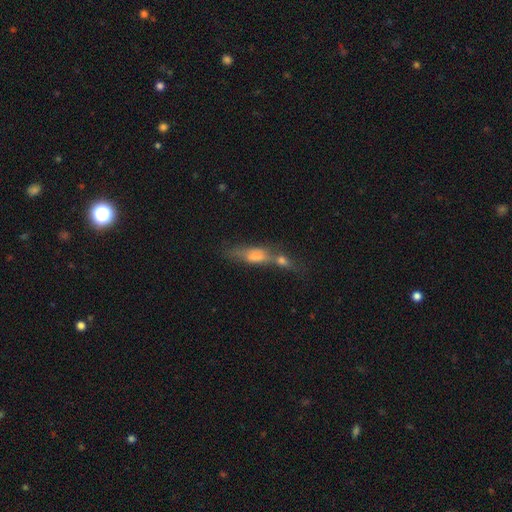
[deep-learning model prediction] The model was most divided on "how rounded": cigar-shaped: 48%, in between: 46%, round: 6%. More confident: merging — merger (54%); smooth or featured — smooth (51%).